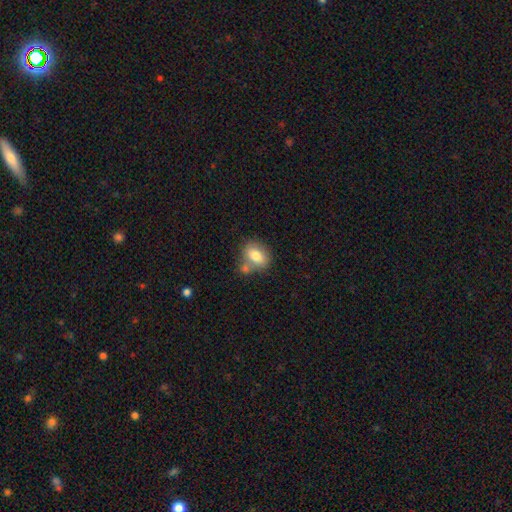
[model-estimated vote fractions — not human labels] Smooth or featured?
  - smooth: 76% *
  - featured or disk: 15%
  - star or artifact: 8%
How rounded?
  - in between: 65% *
  - round: 34%
  - cigar-shaped: 2%
Merging?
  - none: 55% *
  - merger: 26%
  - minor disturbance: 15%
  - major disturbance: 4%